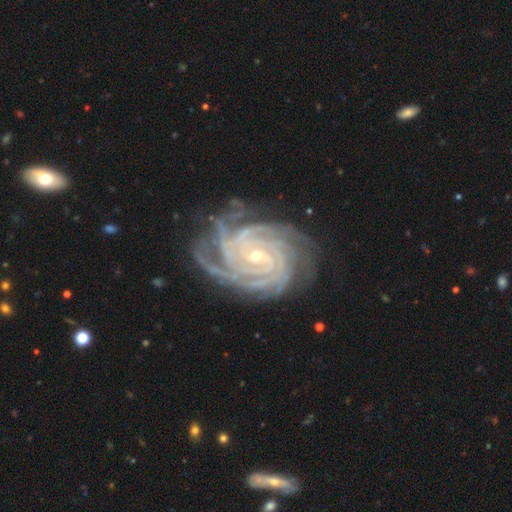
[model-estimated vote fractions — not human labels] smooth_or_featured: featured or disk (p=0.93) [alt: star or artifact p=0.05]
disk_edge_on: no (p=0.98) [alt: yes p=0.02]
bar: no (p=0.51) [alt: weak p=0.32]
has_spiral_arms: yes (p=0.99) [alt: no p=0.01]
spiral_winding: tight (p=0.84) [alt: medium p=0.14]
spiral_arm_count: 4 (p=0.31) [alt: more than 4 p=0.28]
bulge_size: small (p=0.74) [alt: moderate p=0.23]
merging: none (p=0.75) [alt: minor disturbance p=0.17]